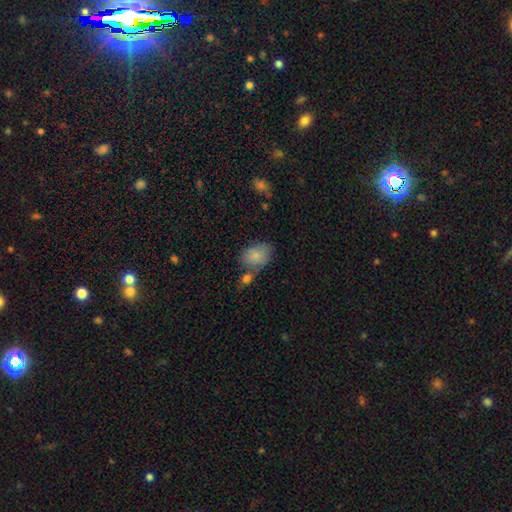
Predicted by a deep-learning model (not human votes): This is clearly a smooth galaxy (85%). How rounded: clearly in between (81%). Merging: possibly none (52%).